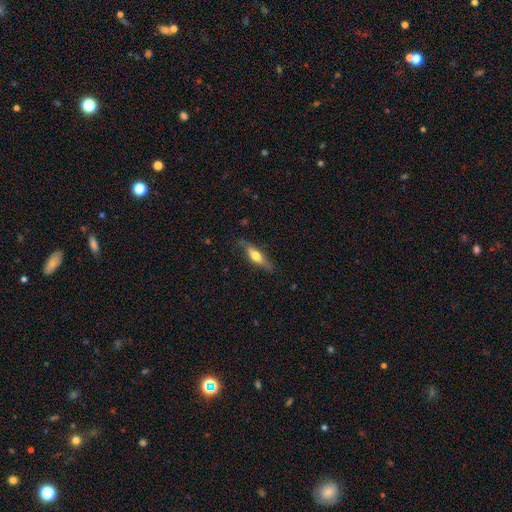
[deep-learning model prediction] Overall: smooth (48%; featured or disk 46%). Merging: none (78%).